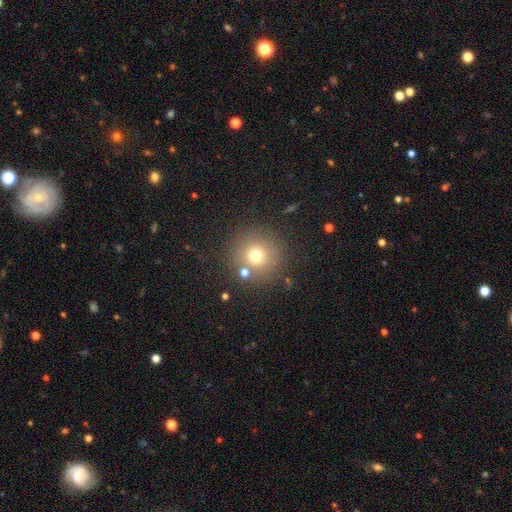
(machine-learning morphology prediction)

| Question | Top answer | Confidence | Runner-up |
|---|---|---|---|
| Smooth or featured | smooth | 71% | star or artifact (17%) |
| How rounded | round | 95% | in between (4%) |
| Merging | none | 82% | minor disturbance (8%) |